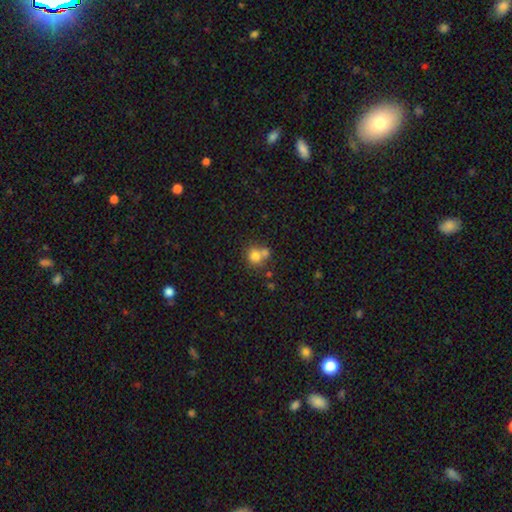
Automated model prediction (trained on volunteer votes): Smooth or featured? Predicted: smooth (p=0.77). How rounded? Predicted: round (p=0.84). Merging? Predicted: none (p=0.46).